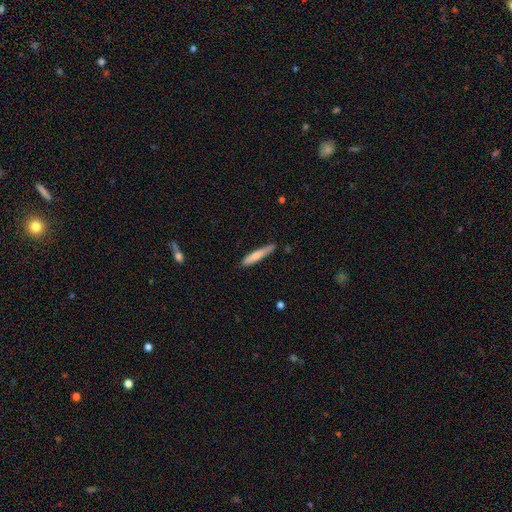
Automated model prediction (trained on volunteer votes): Overall: smooth (71%). How rounded: cigar-shaped (91%). Merging: none (75%).